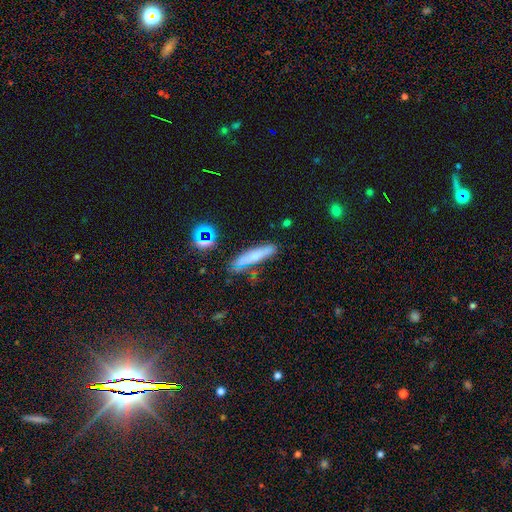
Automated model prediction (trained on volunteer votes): Q: Smooth or featured?
A: smooth (61%); runner-up: featured or disk (23%)
Q: How rounded?
A: cigar-shaped (76%); runner-up: in between (20%)
Q: Merging?
A: none (69%); runner-up: minor disturbance (19%)